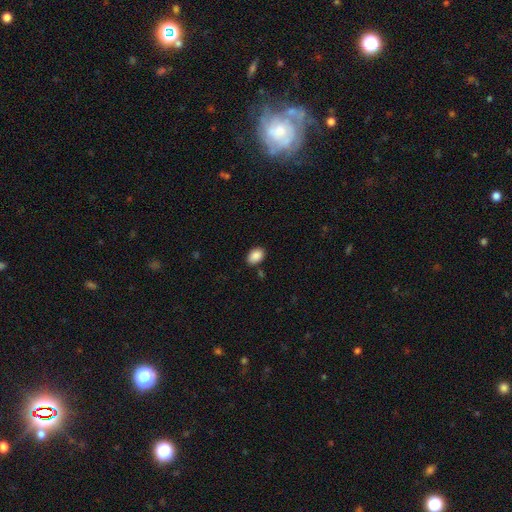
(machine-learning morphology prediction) This is clearly a smooth galaxy (89%). How rounded: clearly in between (83%). Merging: clearly none (83%).